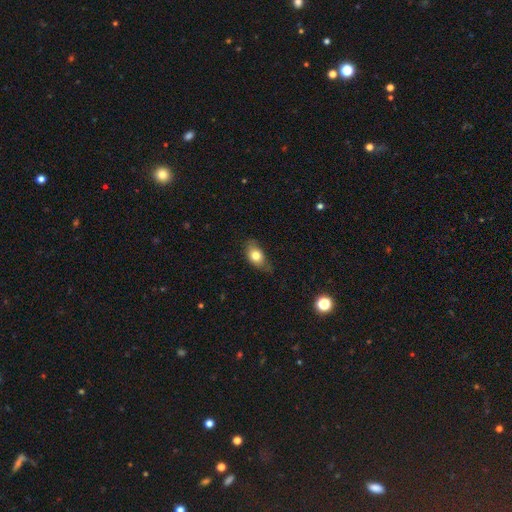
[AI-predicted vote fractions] This appears to be a smooth galaxy with no disk features (76%) that is in between round and cigar-shaped (81%). Merging: none (63%).